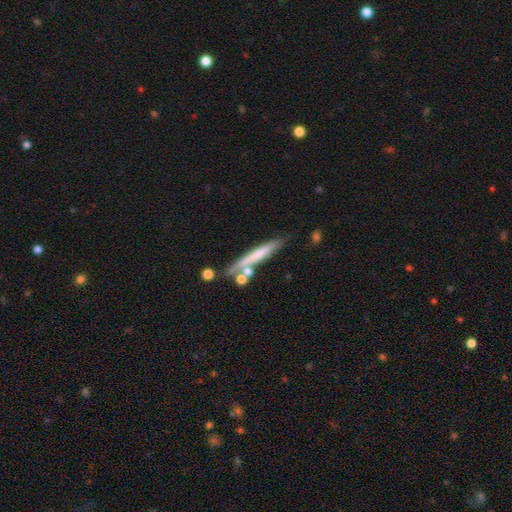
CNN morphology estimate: Smooth or featured: smooth — 54% (featured or disk — 38%)
How rounded: cigar-shaped — 93% (in between — 5%)
Merging: none — 68% (minor disturbance — 15%)